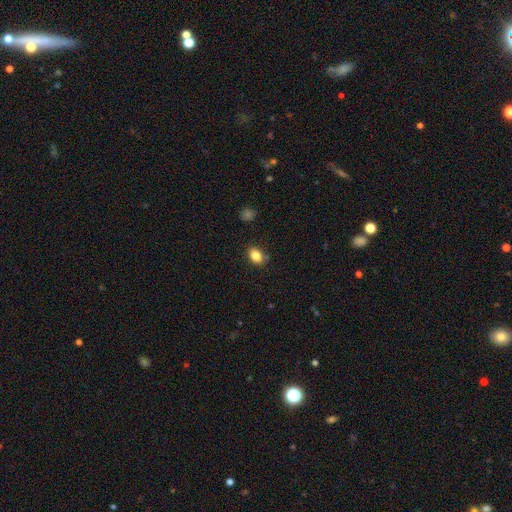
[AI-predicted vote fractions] Smooth or featured? smooth (85%)
How rounded? in between (77%)
Merging? none (84%)